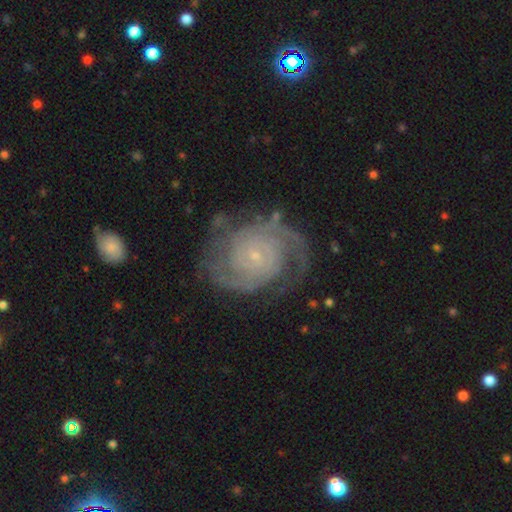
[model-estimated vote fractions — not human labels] A featured or disk galaxy (90%) with no bar (73%), 2 (56%) tight (68%) spiral arms (98%) and a small central bulge (86%).

Vote fractions:
- Smooth or featured? featured or disk: 90% / star or artifact: 5% / smooth: 5%
- Edge-on disk? no: 98% / yes: 2%
- Bar? no: 73% / weak: 21% / strong: 6%
- Spiral arms? yes: 98% / no: 2%
- Spiral winding? tight: 68% / medium: 27% / loose: 5%
- Spiral arm count? 2: 56% / 3: 14% / can't tell: 13% / 4: 7% / more than 4: 5% / 1: 5%
- Bulge size? small: 86% / moderate: 9% / none: 3% / large: 1% / dominant: 1%
- Merging? none: 75% / minor disturbance: 16% / major disturbance: 7% / merger: 2%